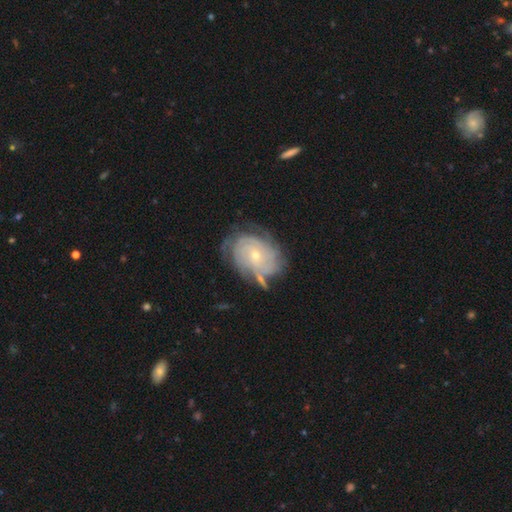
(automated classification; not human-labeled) The model was most divided on "spiral arm count": can't tell: 44%, 4: 16%, 3: 14%, 2: 12%, more than 4: 9%, 1: 5%. More confident: edge-on disk — no (97%); spiral arms — yes (90%); bar — no (80%); smooth or featured — featured or disk (79%); spiral winding — tight (71%); bulge size — small (67%); merging — none (58%).